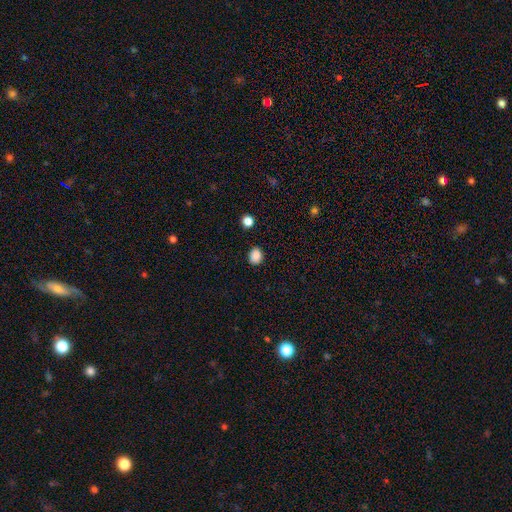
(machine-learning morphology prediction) smooth_or_featured: smooth (p=0.86) [alt: star or artifact p=0.10]
how_rounded: round (p=0.50) [alt: in between p=0.49]
merging: none (p=0.85) [alt: minor disturbance p=0.11]